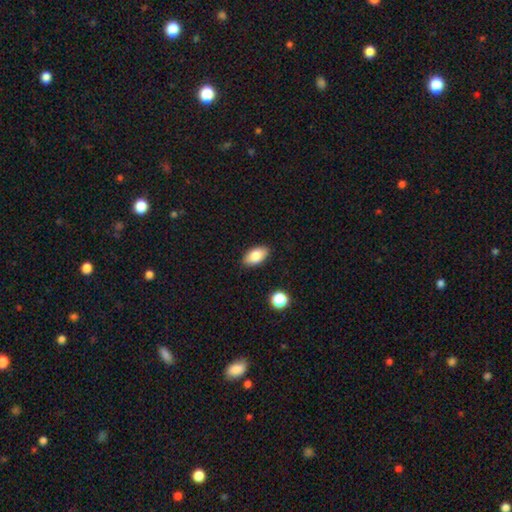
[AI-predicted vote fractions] Smooth or featured: smooth — 83% (featured or disk — 9%)
How rounded: in between — 92% (round — 5%)
Merging: none — 88% (minor disturbance — 9%)